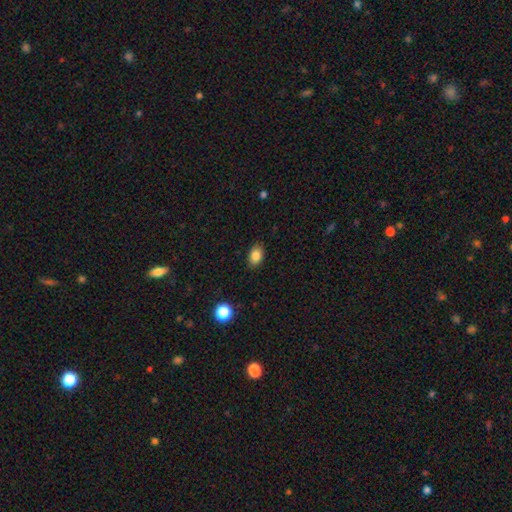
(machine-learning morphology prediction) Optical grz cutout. It shows a smooth galaxy with no disk features (84%) that is in between round and cigar-shaped (82%). Merging: none (87%).